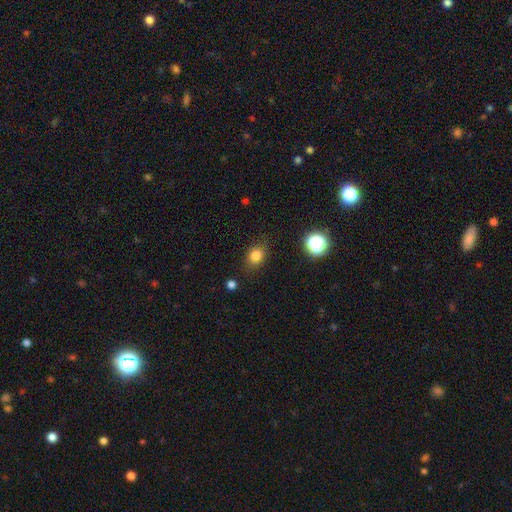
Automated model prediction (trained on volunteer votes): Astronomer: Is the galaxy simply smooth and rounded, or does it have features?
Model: smooth — 81%.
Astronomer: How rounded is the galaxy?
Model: round — 50% (runner-up: in between, 49%).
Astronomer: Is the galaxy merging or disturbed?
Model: none — 82%.